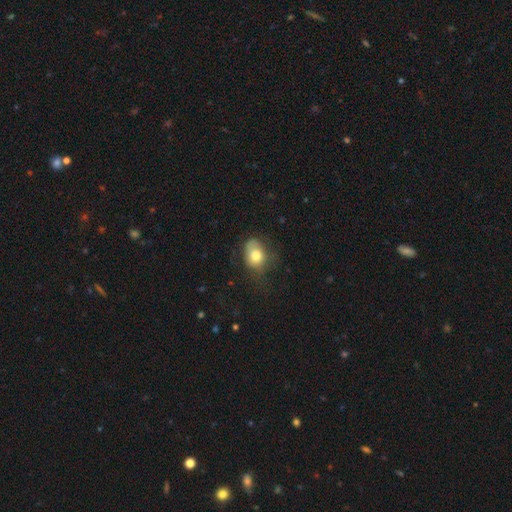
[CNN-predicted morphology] Overall: smooth (76%). How rounded: in between (62%; round 37%). Merging: none (48%; minor disturbance 32%).